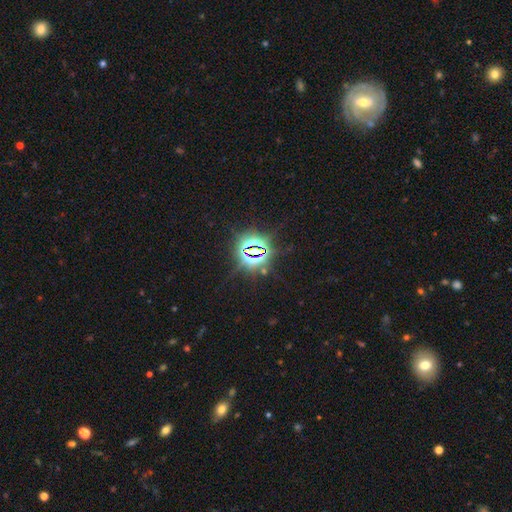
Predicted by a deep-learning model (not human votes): Morphology: type=star or artifact (84%).